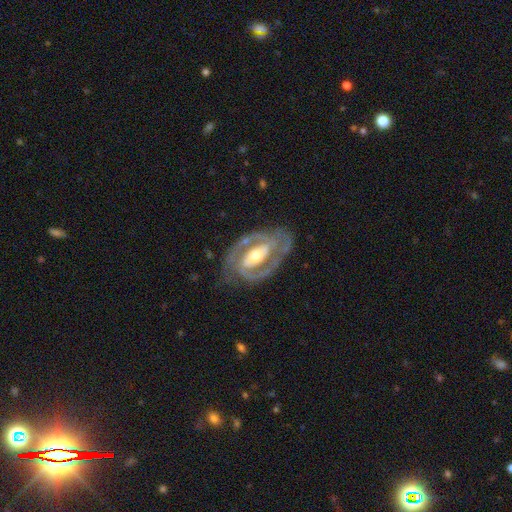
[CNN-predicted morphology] The model was most divided on "spiral winding": tight: 48%, medium: 43%, loose: 9%. Remaining: edge-on disk — no (96%); spiral arms — yes (90%); smooth or featured — featured or disk (89%); spiral arm count — 2 (86%); merging — none (73%); bulge size — moderate (64%); bar — strong (45%).